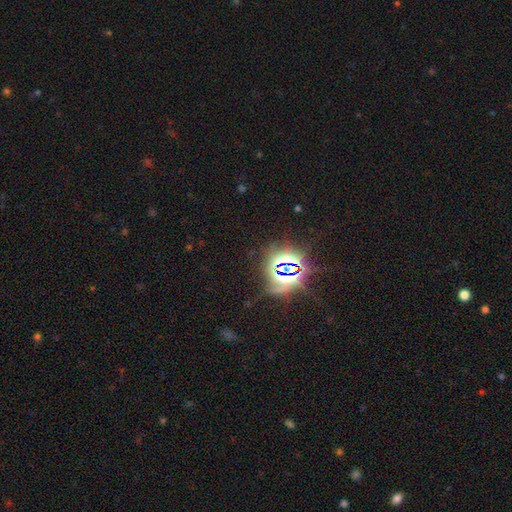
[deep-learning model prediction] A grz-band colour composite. It shows a star or artifact, not a galaxy (83%).